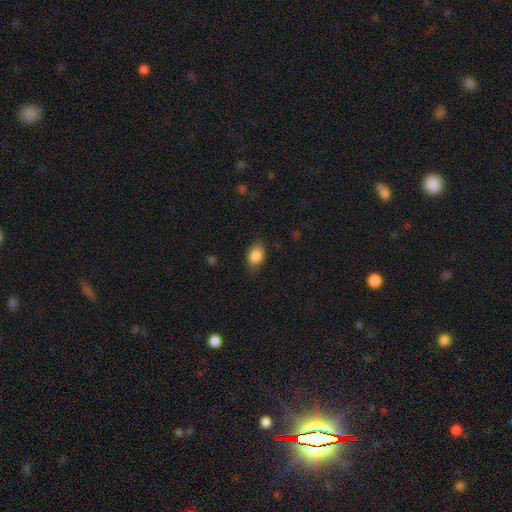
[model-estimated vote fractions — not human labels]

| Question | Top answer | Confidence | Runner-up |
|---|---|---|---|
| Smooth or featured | smooth | 86% | star or artifact (8%) |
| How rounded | in between | 82% | round (16%) |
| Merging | none | 78% | minor disturbance (16%) |